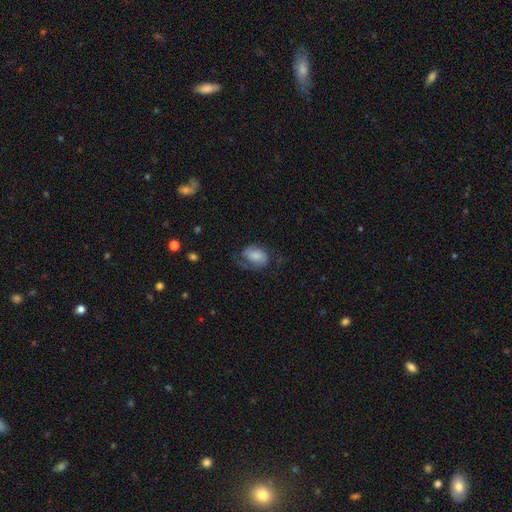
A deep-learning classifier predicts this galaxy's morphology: Smooth or featured? smooth (49%)
Merging? none (43%)